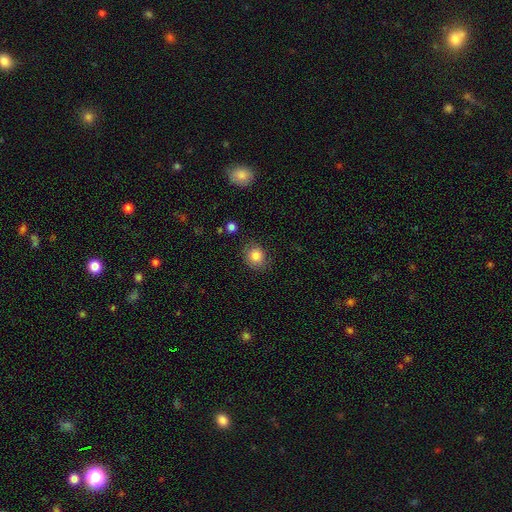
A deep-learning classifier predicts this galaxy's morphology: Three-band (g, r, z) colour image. It shows a smooth galaxy with no disk features (82%) that is round (74%). Merging: none (78%).